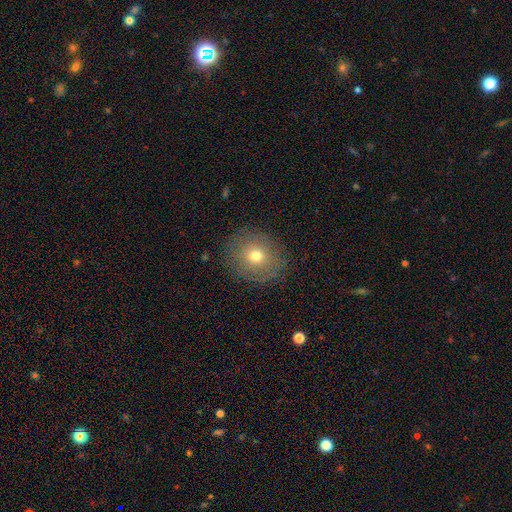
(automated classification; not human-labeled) Smooth or featured?
  - smooth: 70% *
  - featured or disk: 17%
  - star or artifact: 13%
How rounded?
  - round: 80% *
  - in between: 19%
  - cigar-shaped: 1%
Merging?
  - none: 85% *
  - minor disturbance: 10%
  - major disturbance: 4%
  - merger: 1%